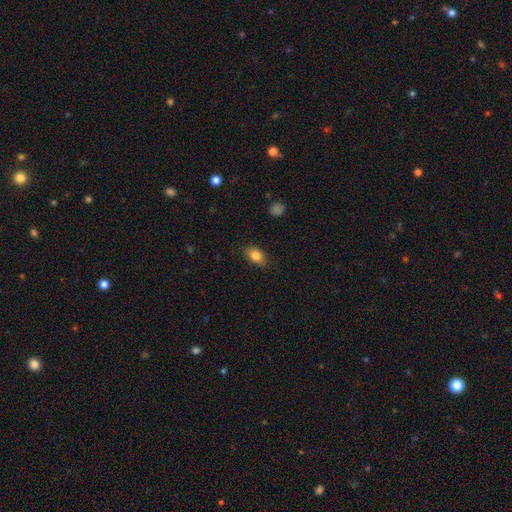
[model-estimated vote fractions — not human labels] Smooth or featured: smooth — 83% (star or artifact — 9%)
How rounded: in between — 84% (round — 14%)
Merging: none — 84% (minor disturbance — 12%)